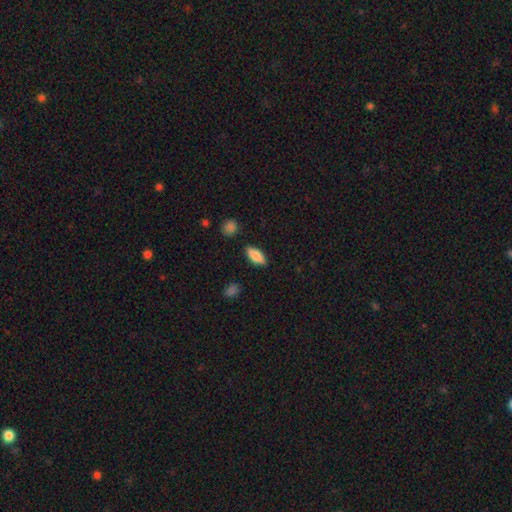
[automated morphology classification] A smooth galaxy with no disk features (82%) that is in between round and cigar-shaped (77%). Merging: none (86%).